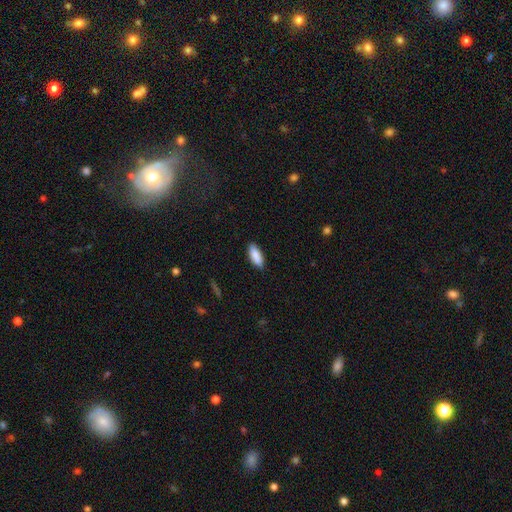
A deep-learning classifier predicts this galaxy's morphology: Overall: smooth (89%). How rounded: in between (77%). Merging: none (88%).